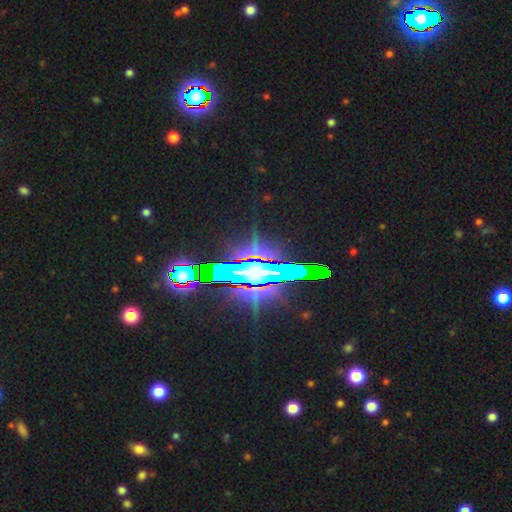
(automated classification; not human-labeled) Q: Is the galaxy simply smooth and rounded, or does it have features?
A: star or artifact — 71%.